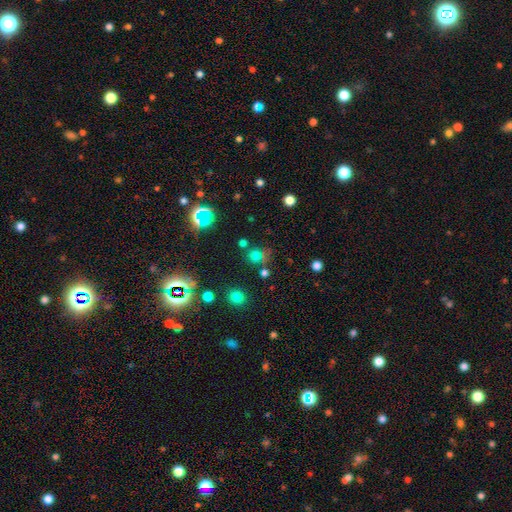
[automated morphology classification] This appears to be a smooth galaxy with no disk features (56%) that is round (85%). Merging: none (64%).